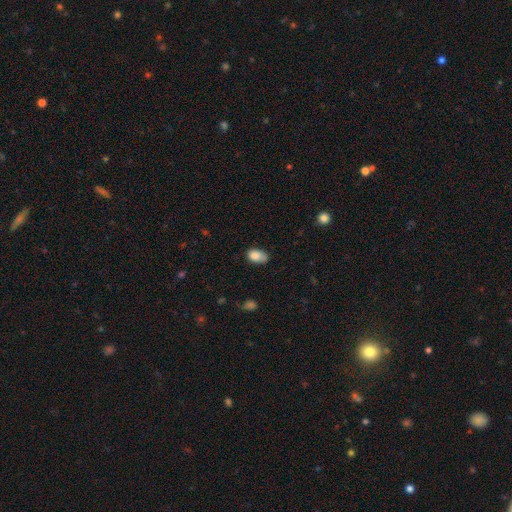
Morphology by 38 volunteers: smooth 95%, star or artifact 5%, featured or disk 0%. Down the decision tree: how rounded — in between (94%); merging — none (61%).